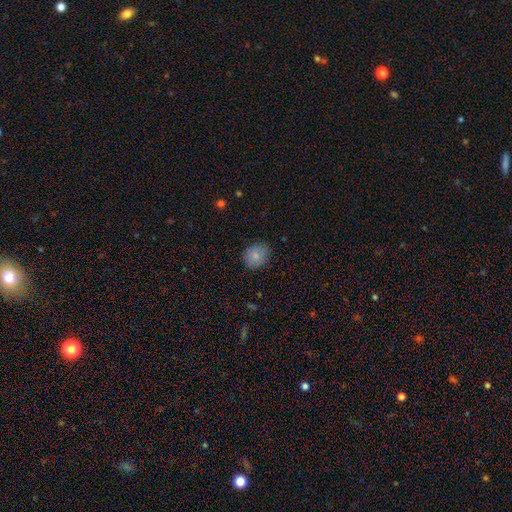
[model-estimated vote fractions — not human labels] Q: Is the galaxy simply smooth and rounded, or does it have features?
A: smooth — 82%.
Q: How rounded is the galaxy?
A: round — 62%.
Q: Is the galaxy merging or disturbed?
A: none — 82%.